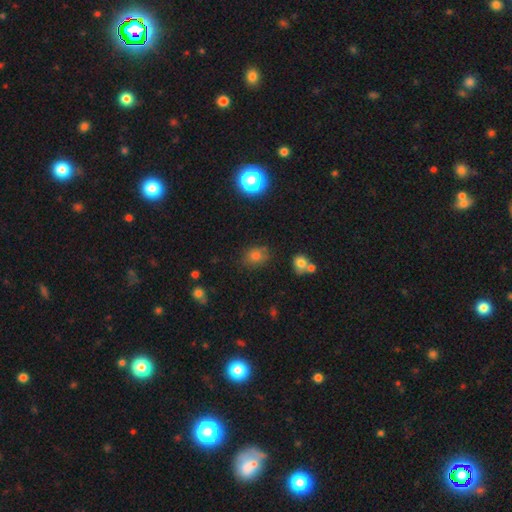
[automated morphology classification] A smooth galaxy with no disk features (74%) that is round (52%). Merging: none (74%).